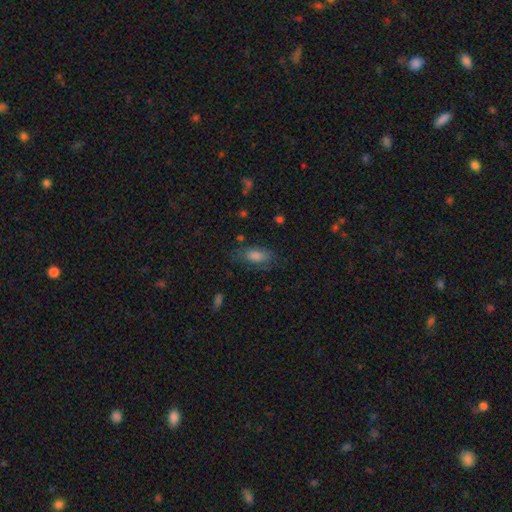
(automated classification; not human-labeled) This is likely a smooth galaxy (70%). How rounded: clearly in between (83%). Merging: likely none (69%).